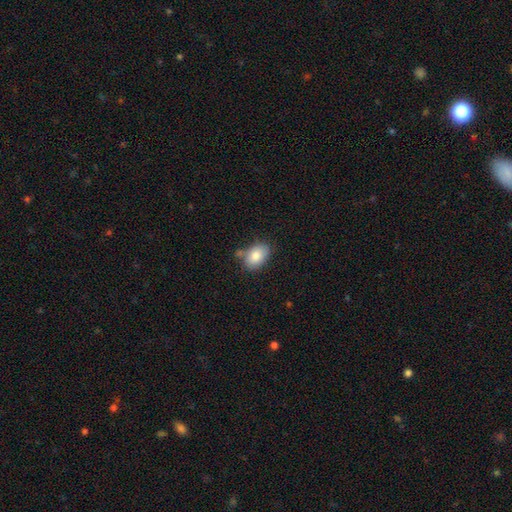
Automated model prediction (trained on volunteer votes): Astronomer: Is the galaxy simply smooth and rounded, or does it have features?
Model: smooth — 83%.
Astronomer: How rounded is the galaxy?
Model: in between — 85%.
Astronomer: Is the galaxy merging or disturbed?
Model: none — 68%.